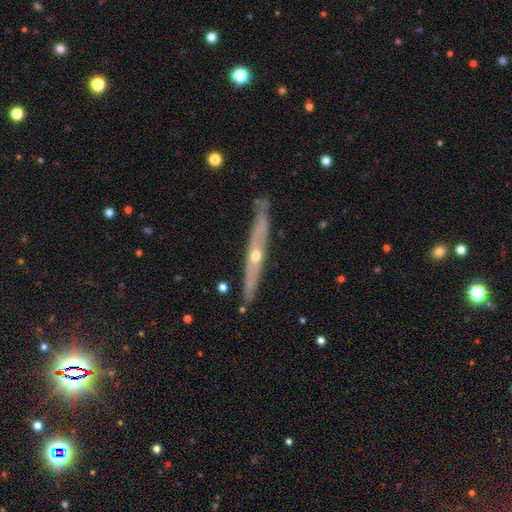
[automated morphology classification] Overall: featured or disk (75%). Edge-on disk: yes (92%). Edge-on bulge: rounded (77%). Merging: none (84%).